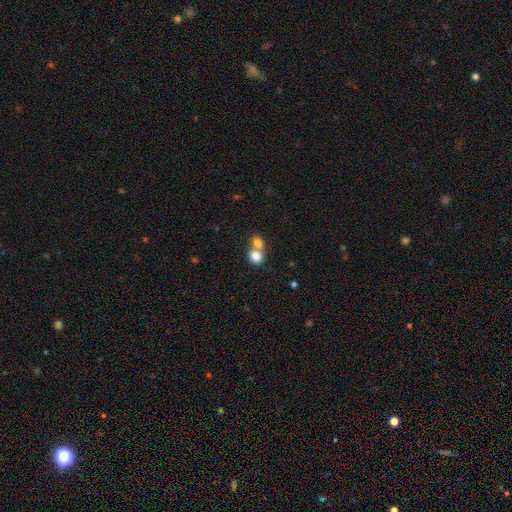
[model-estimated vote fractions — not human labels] smooth_or_featured: smooth (p=0.81) [alt: star or artifact p=0.10]
how_rounded: round (p=0.70) [alt: in between p=0.29]
merging: merger (p=0.58) [alt: none p=0.33]